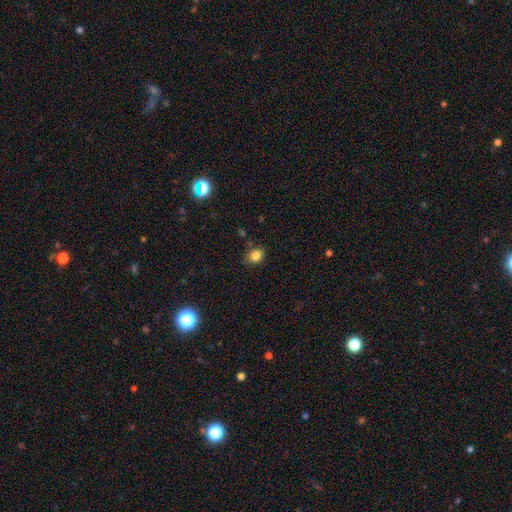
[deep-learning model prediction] Morphology: type=smooth (83%); roundness=round (50%); merging=none (78%).